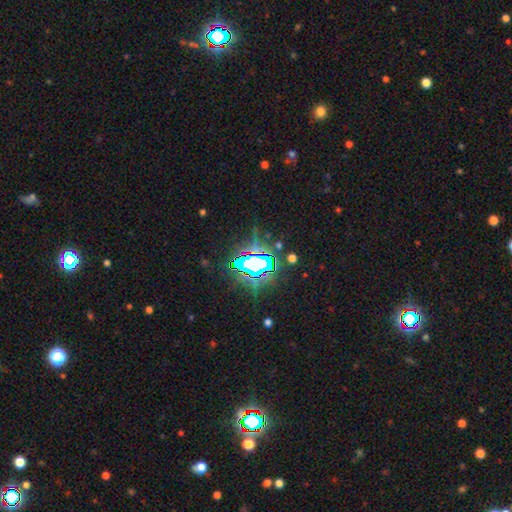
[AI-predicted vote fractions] smooth_or_featured: star or artifact (p=0.71) [alt: smooth p=0.15]